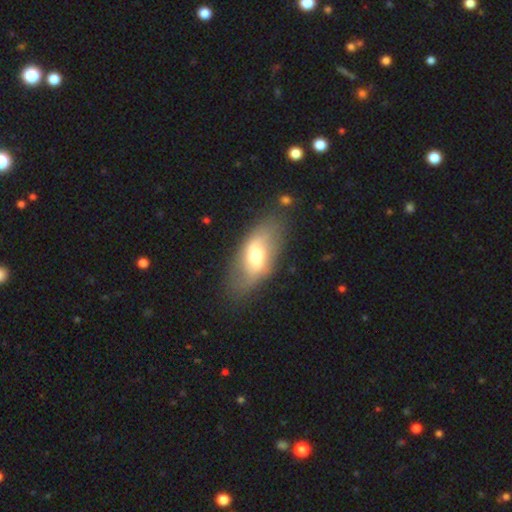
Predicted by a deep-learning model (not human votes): smooth-or-featured: featured or disk: 54% | smooth: 40% | star or artifact: 7%
  disk-edge-on: no: 85% | yes: 15%
  merging: none: 75% | minor disturbance: 16% | major disturbance: 6% | merger: 3%